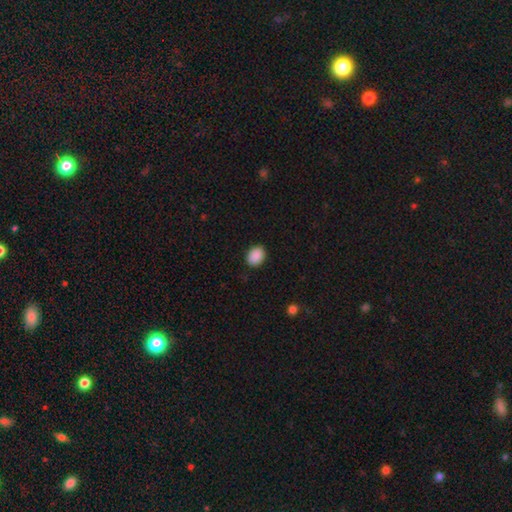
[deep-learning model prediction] Q: Smooth or featured?
A: smooth (90%); runner-up: star or artifact (7%)
Q: How rounded?
A: in between (67%); runner-up: round (32%)
Q: Merging?
A: none (89%); runner-up: minor disturbance (8%)